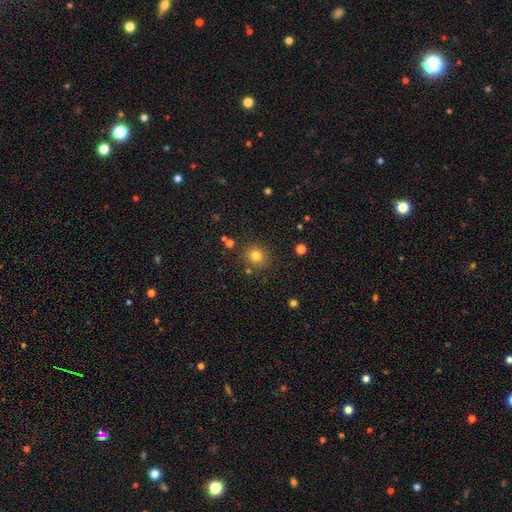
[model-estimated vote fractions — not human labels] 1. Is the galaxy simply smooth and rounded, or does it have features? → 79% smooth, 15% star or artifact, 6% featured or disk.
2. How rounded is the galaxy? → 89% round, 10% in between, 1% cigar-shaped.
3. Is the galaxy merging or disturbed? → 86% none, 8% minor disturbance, 4% merger, 3% major disturbance.